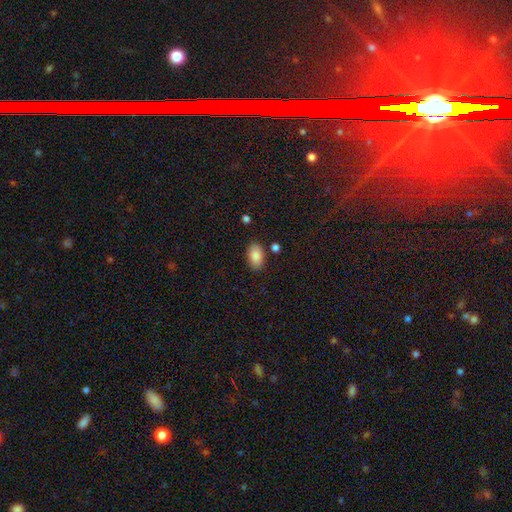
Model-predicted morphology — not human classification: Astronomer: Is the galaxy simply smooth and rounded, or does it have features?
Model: smooth — 87%.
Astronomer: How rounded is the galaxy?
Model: in between — 92%.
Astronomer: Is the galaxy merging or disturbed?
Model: none — 84%.